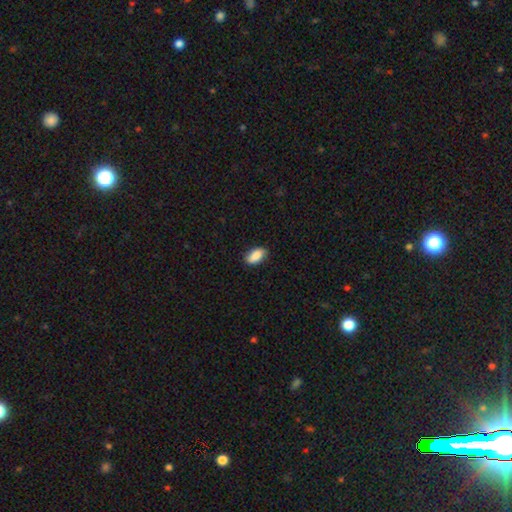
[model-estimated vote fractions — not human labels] Overall: smooth (87%). How rounded: in between (90%). Merging: none (85%).